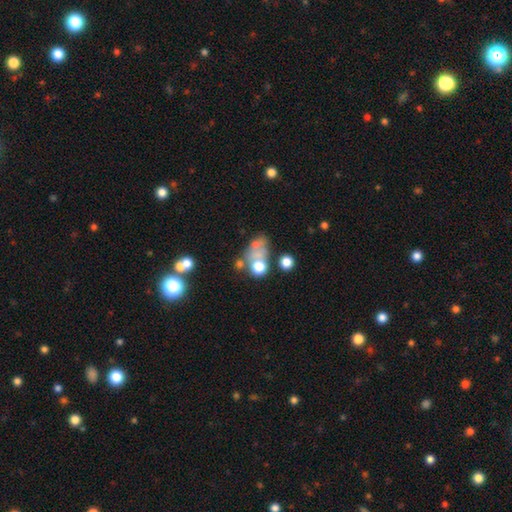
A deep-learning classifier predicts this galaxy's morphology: Overall: smooth (54%; featured or disk 27%). How rounded: in between (56%; round 42%). Merging: merger (37%; none 31%).